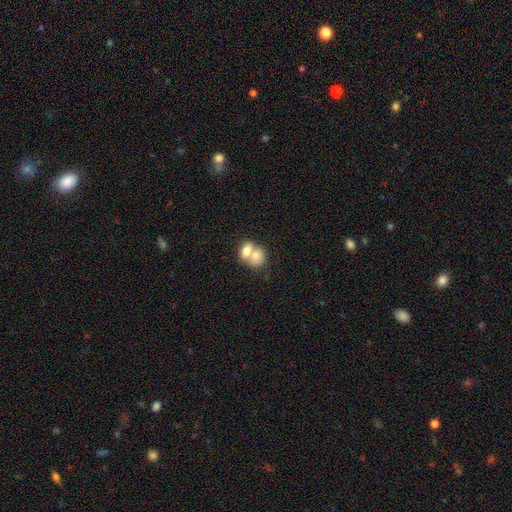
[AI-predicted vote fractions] This appears to be a smooth galaxy with no disk features (74%) that is in between round and cigar-shaped (62%). Merging: merger (72%).